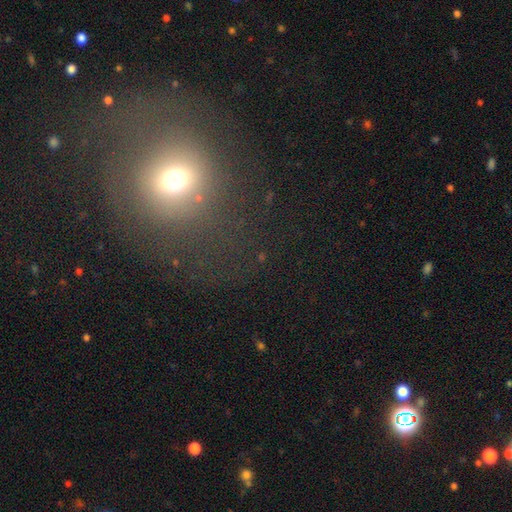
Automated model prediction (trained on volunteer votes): This is possibly a smooth galaxy (46%). Merging: likely none (71%).